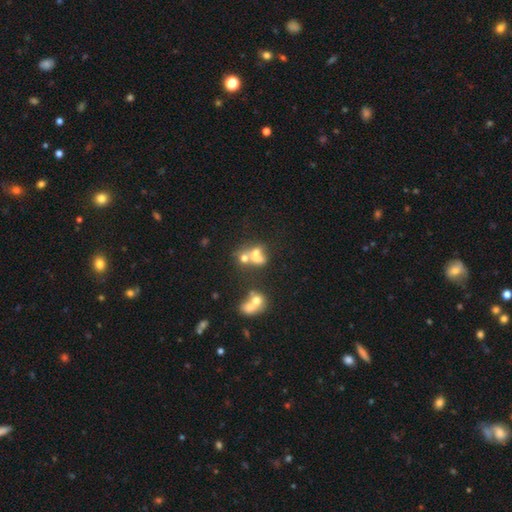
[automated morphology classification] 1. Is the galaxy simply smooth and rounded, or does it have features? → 54% smooth, 27% featured or disk, 19% star or artifact.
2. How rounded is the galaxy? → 50% in between, 48% round, 2% cigar-shaped.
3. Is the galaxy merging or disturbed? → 55% merger, 22% none, 13% major disturbance, 9% minor disturbance.